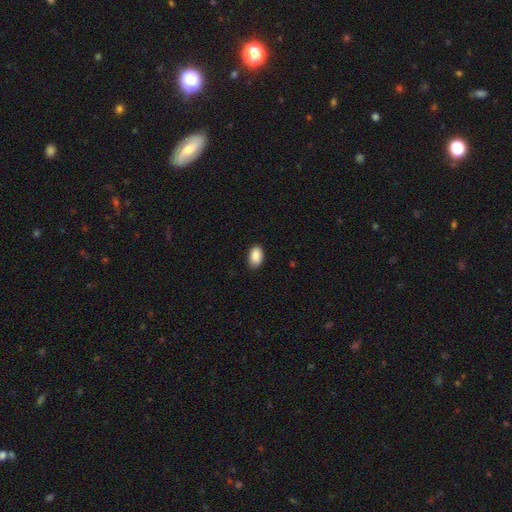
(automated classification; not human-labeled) This is clearly a smooth galaxy (89%). How rounded: clearly in between (91%). Merging: clearly none (84%).